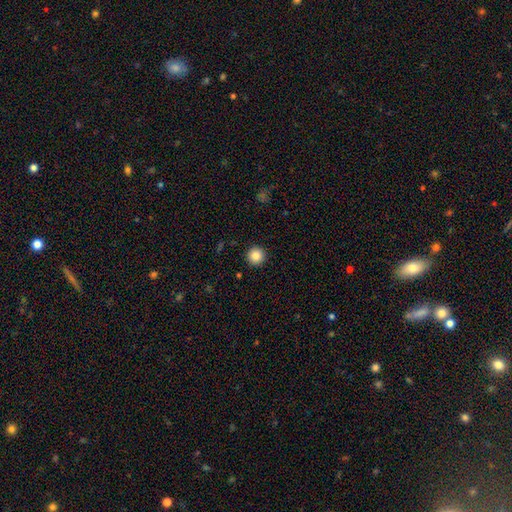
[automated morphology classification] A smooth galaxy with no disk features (86%) that is round (96%). Merging: none (93%).